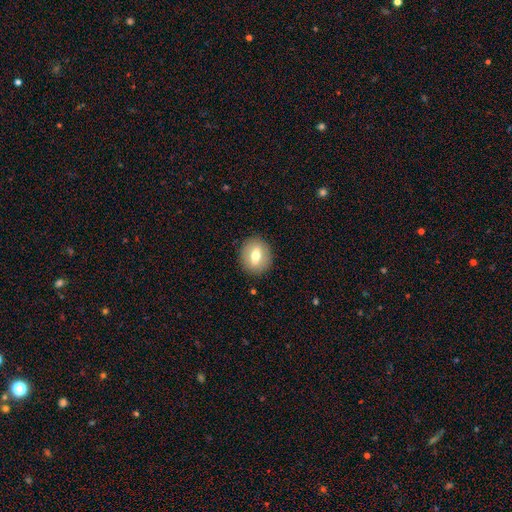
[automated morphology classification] Smooth or featured? Predicted: smooth (p=0.65). How rounded? Predicted: round (p=0.69). Merging? Predicted: none (p=0.89).